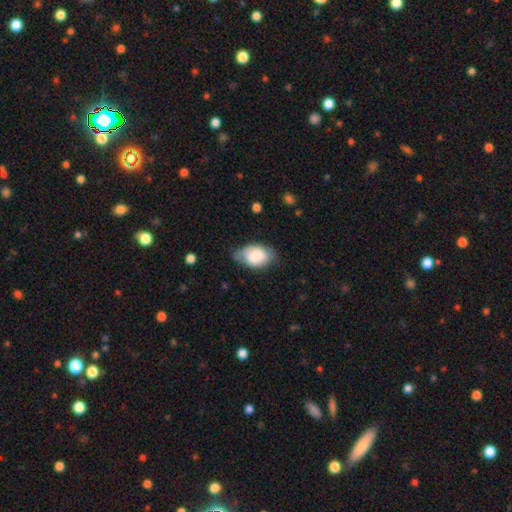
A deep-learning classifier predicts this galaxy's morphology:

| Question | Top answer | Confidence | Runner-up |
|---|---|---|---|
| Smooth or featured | smooth | 70% | featured or disk (23%) |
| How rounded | in between | 87% | round (12%) |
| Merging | none | 56% | minor disturbance (33%) |